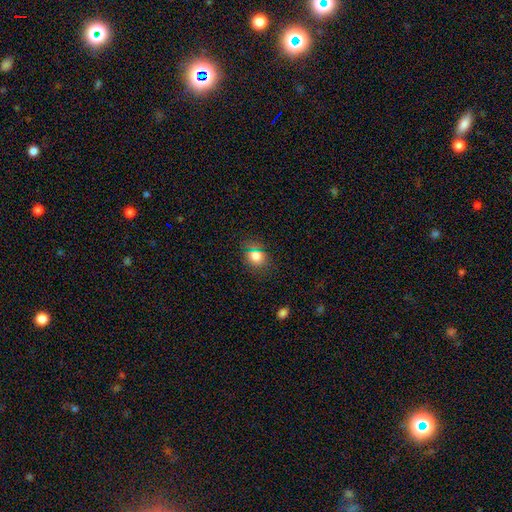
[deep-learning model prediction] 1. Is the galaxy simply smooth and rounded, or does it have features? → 76% smooth, 17% star or artifact, 8% featured or disk.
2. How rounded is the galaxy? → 52% round, 47% in between, 2% cigar-shaped.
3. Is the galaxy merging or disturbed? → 83% none, 12% minor disturbance, 4% major disturbance, 1% merger.